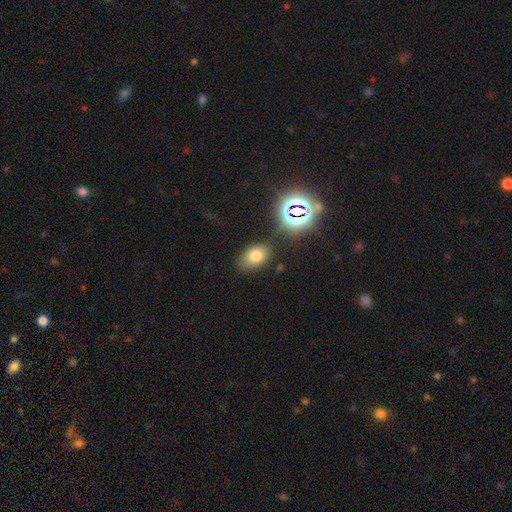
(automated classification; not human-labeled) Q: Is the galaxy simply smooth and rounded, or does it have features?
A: smooth — 71%.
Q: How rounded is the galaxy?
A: in between — 85%.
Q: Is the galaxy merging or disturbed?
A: none — 76%.